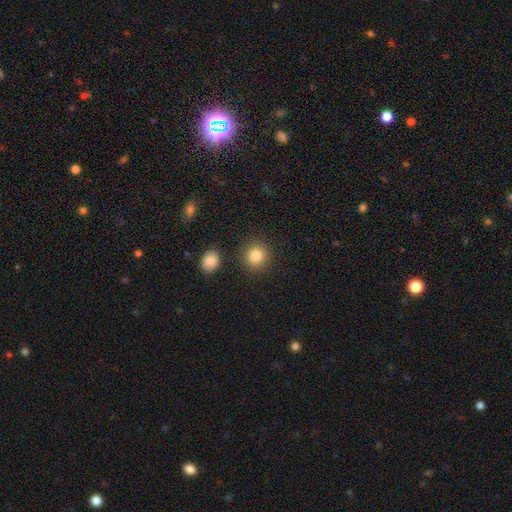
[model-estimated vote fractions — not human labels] Smooth or featured? smooth (85%)
How rounded? round (89%)
Merging? none (88%)